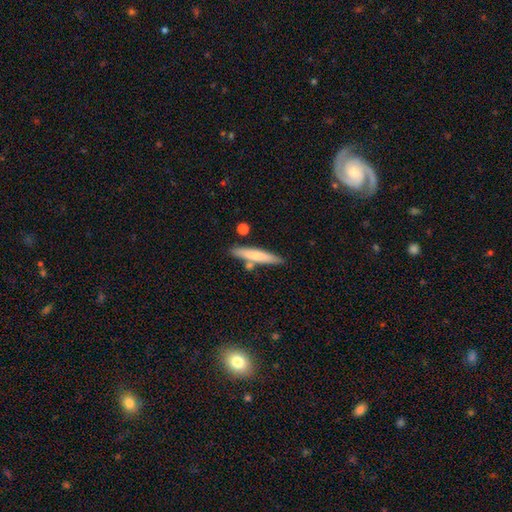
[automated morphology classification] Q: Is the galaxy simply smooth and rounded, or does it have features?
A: smooth — 67%.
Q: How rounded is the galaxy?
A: cigar-shaped — 89%.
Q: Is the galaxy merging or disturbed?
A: none — 76%.